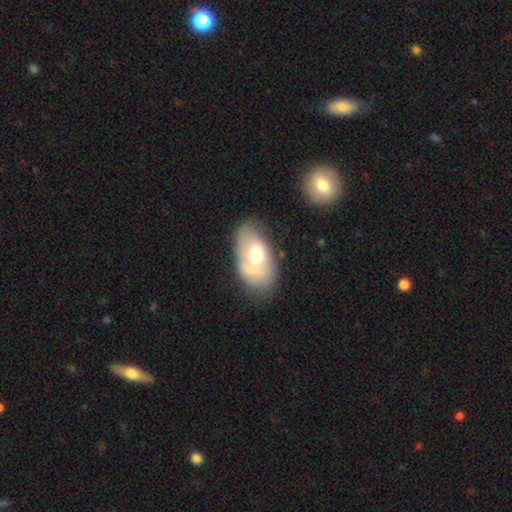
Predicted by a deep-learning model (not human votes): Overall: smooth (52%; featured or disk 41%). How rounded: in between (91%). Merging: none (35%; merger 32%).